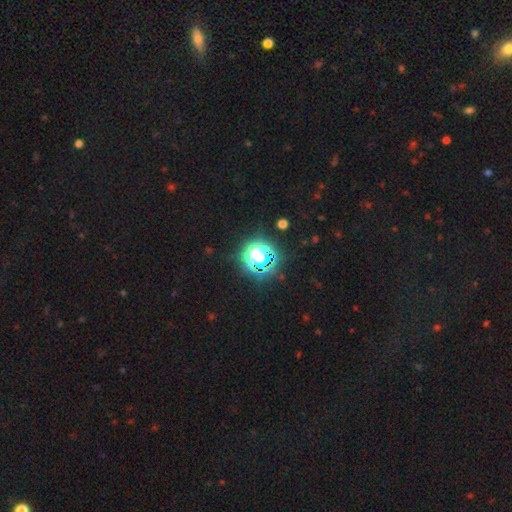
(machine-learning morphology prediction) smooth-or-featured: star or artifact: 68% | smooth: 22% | featured or disk: 10%